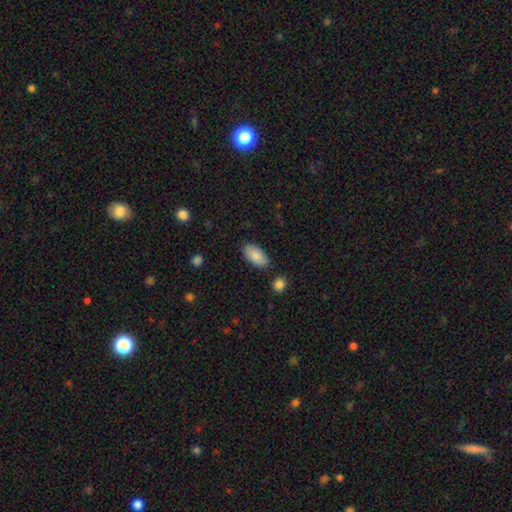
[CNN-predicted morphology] Smooth or featured?
  - smooth: 86% *
  - featured or disk: 7%
  - star or artifact: 6%
How rounded?
  - in between: 93% *
  - cigar-shaped: 4%
  - round: 3%
Merging?
  - none: 83% *
  - minor disturbance: 12%
  - major disturbance: 3%
  - merger: 3%